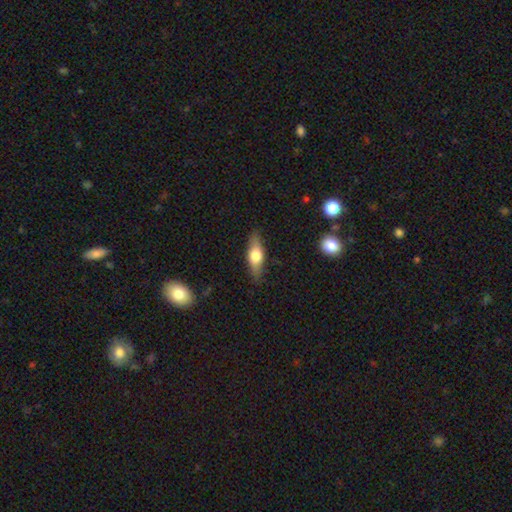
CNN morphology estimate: This appears to be a smooth galaxy with no disk features (55%) that is in between round and cigar-shaped (55%). Merging: none (85%).